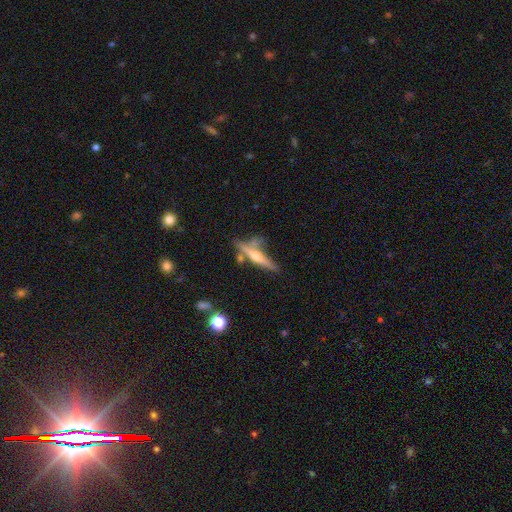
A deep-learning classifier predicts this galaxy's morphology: This is likely a featured or disk galaxy (67%). It is clearly viewed edge-on (94%). Edge-on bulge: clearly rounded (87%). Merging: likely none (60%).